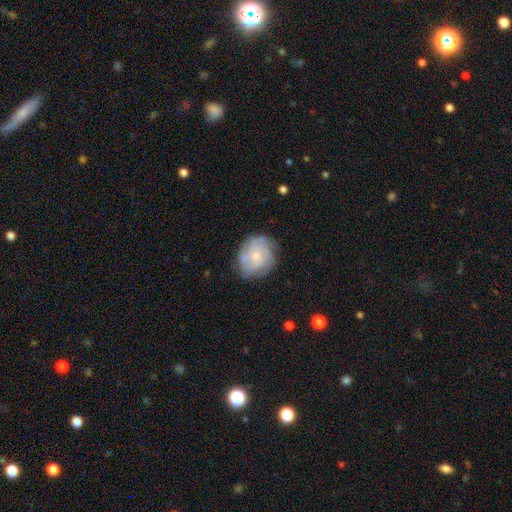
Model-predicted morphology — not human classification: Q: Smooth or featured?
A: featured or disk (62%); runner-up: smooth (31%)
Q: Edge-on disk?
A: no (98%); runner-up: yes (2%)
Q: Bar?
A: no (77%); runner-up: weak (20%)
Q: Spiral arms?
A: yes (84%); runner-up: no (16%)
Q: Spiral winding?
A: tight (53%); runner-up: medium (35%)
Q: Spiral arm count?
A: can't tell (38%); runner-up: 3 (23%)
Q: Bulge size?
A: small (60%); runner-up: moderate (32%)
Q: Merging?
A: none (71%); runner-up: minor disturbance (20%)